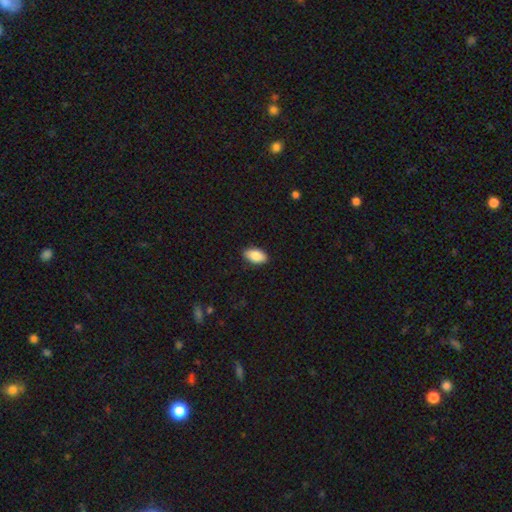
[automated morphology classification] smooth 88%, star or artifact 7%, featured or disk 6%. Down the decision tree: how rounded — in between (93%); merging — none (87%).